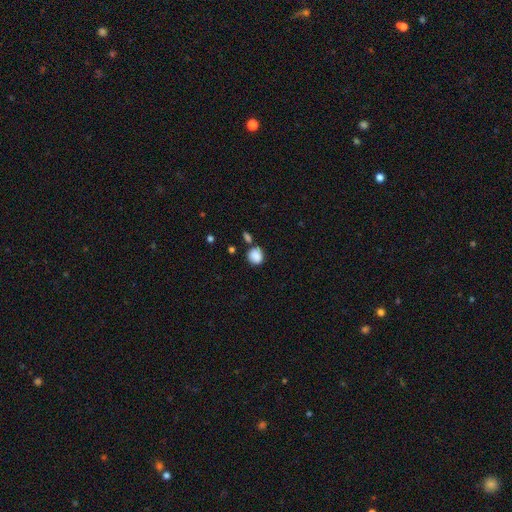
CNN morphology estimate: smooth-or-featured: smooth: 87% | star or artifact: 9% | featured or disk: 4%
  how-rounded: round: 79% | in between: 20% | cigar-shaped: 1%
  merging: none: 67% | minor disturbance: 15% | merger: 13% | major disturbance: 5%